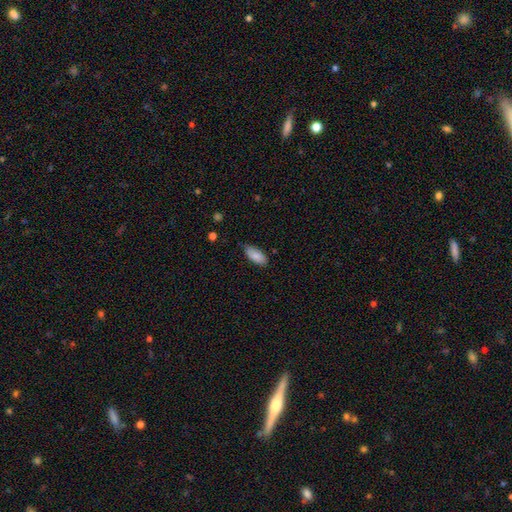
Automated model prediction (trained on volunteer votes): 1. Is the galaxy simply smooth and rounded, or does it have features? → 86% smooth, 8% featured or disk, 6% star or artifact.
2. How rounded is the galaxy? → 87% in between, 11% cigar-shaped, 2% round.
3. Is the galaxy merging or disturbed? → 79% none, 17% minor disturbance, 3% major disturbance, 1% merger.